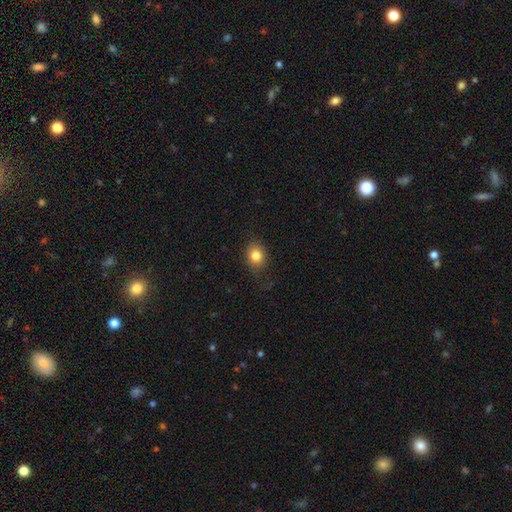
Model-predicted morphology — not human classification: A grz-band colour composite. It shows a smooth galaxy with no disk features (82%) that is round (53%). Merging: none (79%).